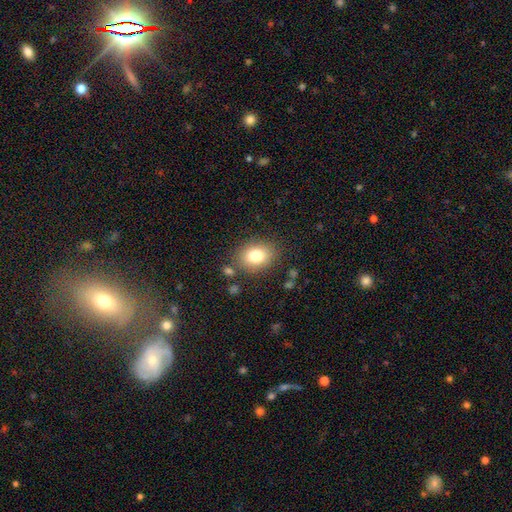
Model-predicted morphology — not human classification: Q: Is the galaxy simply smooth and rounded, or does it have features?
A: smooth — 80%.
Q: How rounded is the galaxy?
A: in between — 63%.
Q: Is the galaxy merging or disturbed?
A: none — 80%.